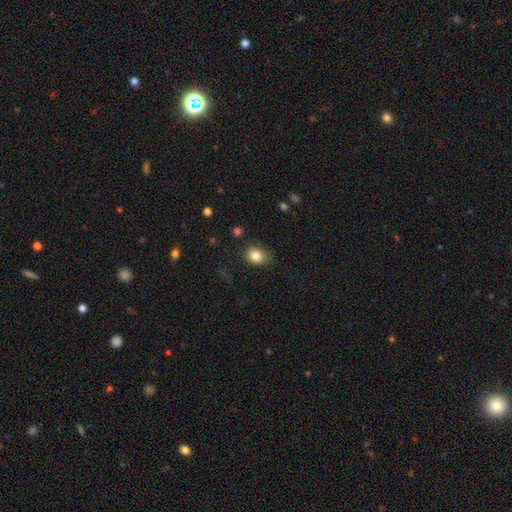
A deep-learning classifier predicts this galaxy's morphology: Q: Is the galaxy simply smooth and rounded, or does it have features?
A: smooth — 82%.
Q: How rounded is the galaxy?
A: in between — 59%.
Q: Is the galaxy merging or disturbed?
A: none — 75%.